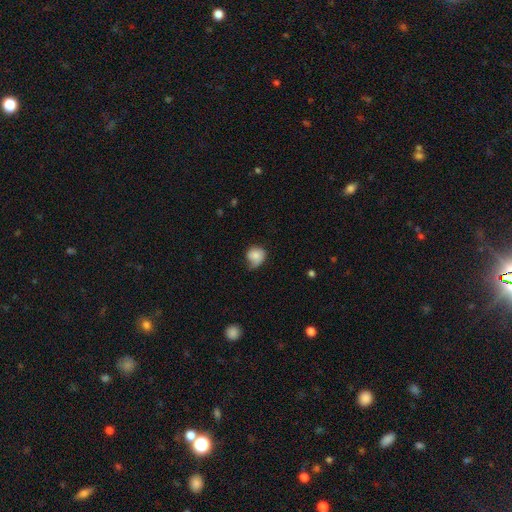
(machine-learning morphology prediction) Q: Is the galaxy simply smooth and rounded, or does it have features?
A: smooth — 78%.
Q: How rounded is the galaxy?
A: round — 73%.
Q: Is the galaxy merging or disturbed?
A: minor disturbance — 42%.